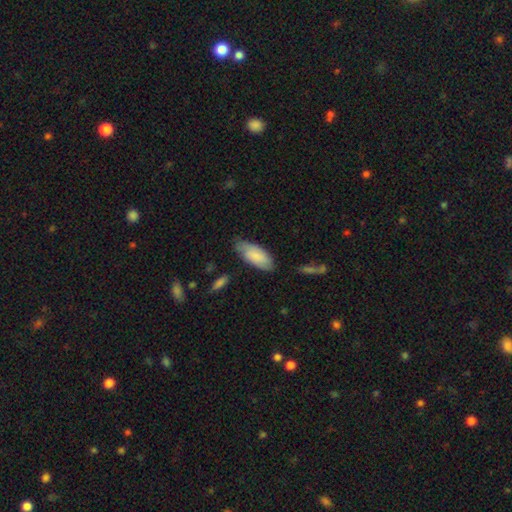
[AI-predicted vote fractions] smooth_or_featured: smooth (p=0.80) [alt: featured or disk p=0.14]
how_rounded: in between (p=0.85) [alt: cigar-shaped p=0.13]
merging: none (p=0.68) [alt: minor disturbance p=0.25]